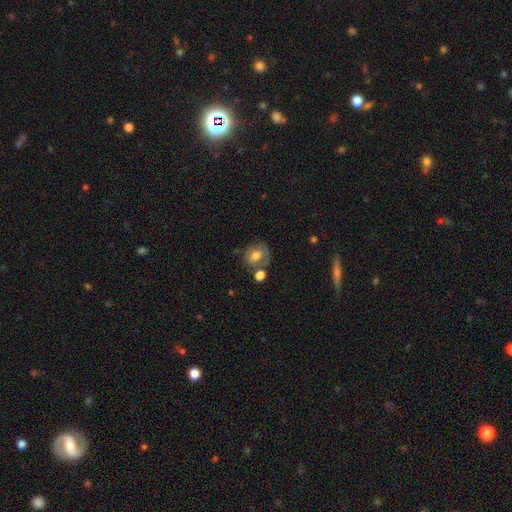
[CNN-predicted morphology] Smooth or featured: smooth — 53% (featured or disk — 38%)
How rounded: in between — 51% (round — 47%)
Merging: none — 46% (minor disturbance — 21%)